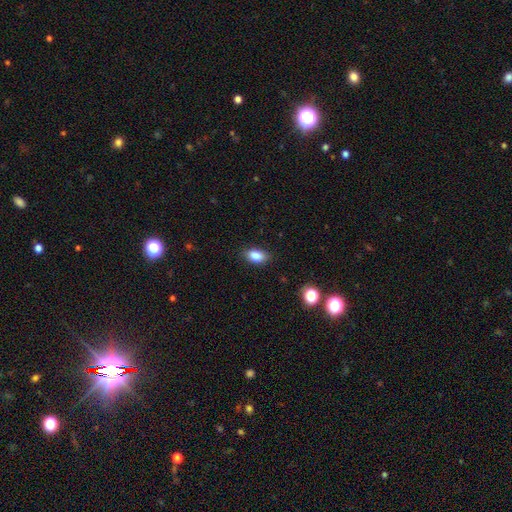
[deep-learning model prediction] The model was most divided on "merging": none: 87%, minor disturbance: 10%, major disturbance: 2%, merger: 1%. More confident: how rounded — in between (89%); smooth or featured — smooth (85%).